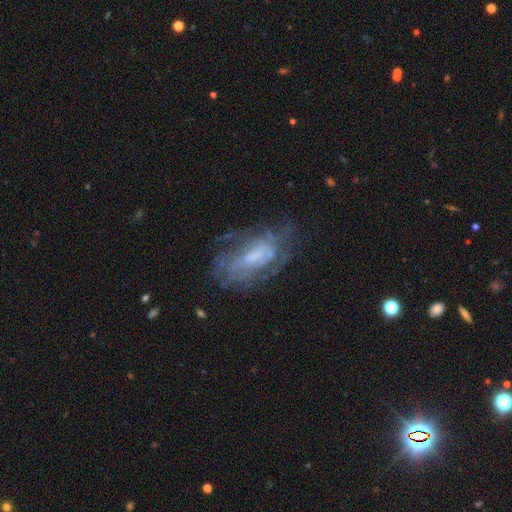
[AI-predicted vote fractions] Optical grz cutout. It shows a featured or disk galaxy (69%) with no bar (45%), spiral arms (64%) and a small central bulge (35%). Merging: none (57%).